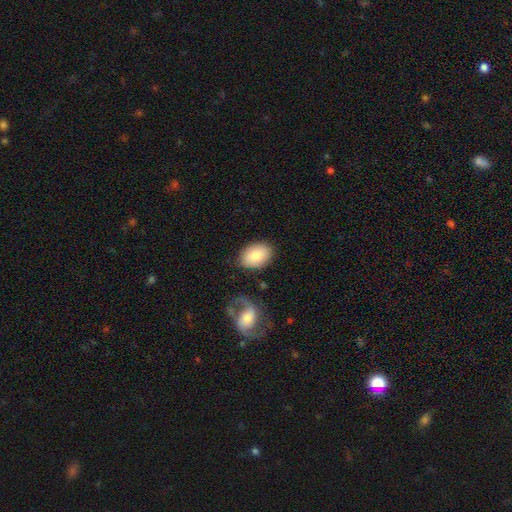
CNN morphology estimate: Smooth or featured?
  - smooth: 81% *
  - featured or disk: 13%
  - star or artifact: 7%
How rounded?
  - in between: 82% *
  - round: 17%
  - cigar-shaped: 1%
Merging?
  - none: 80% *
  - minor disturbance: 12%
  - major disturbance: 4%
  - merger: 4%